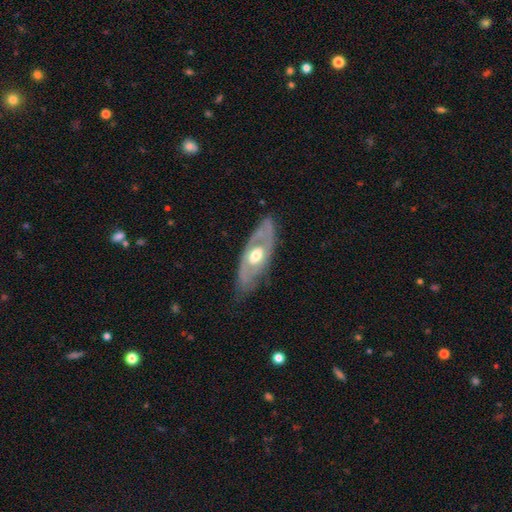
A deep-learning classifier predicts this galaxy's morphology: Overall: featured or disk (72%). Edge-on disk: no (79%). Bar: no (78%). Spiral arms: no (55%; yes 45%). Bulge size: moderate (69%). Merging: none (73%).